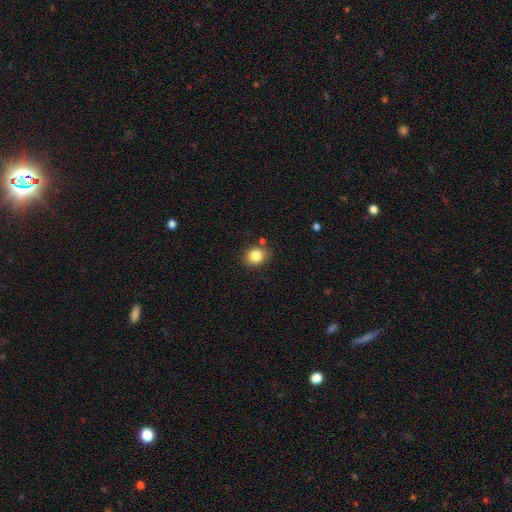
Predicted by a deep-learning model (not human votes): Smooth or featured? Predicted: smooth (p=0.84). How rounded? Predicted: round (p=0.65). Merging? Predicted: none (p=0.82).